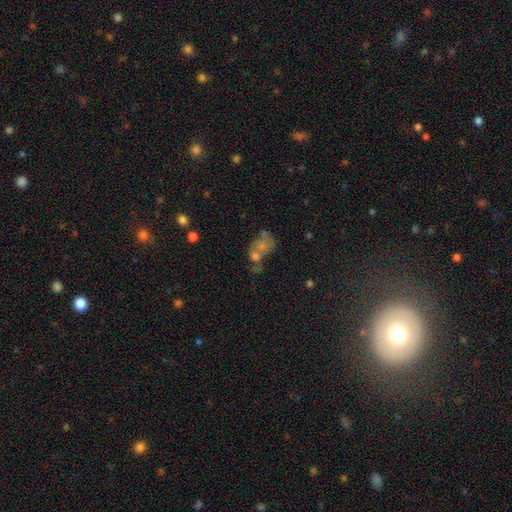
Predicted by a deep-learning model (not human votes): smooth 51%, featured or disk 32%, star or artifact 17%. Down the decision tree: how rounded — in between (60%); merging — merger (56%).